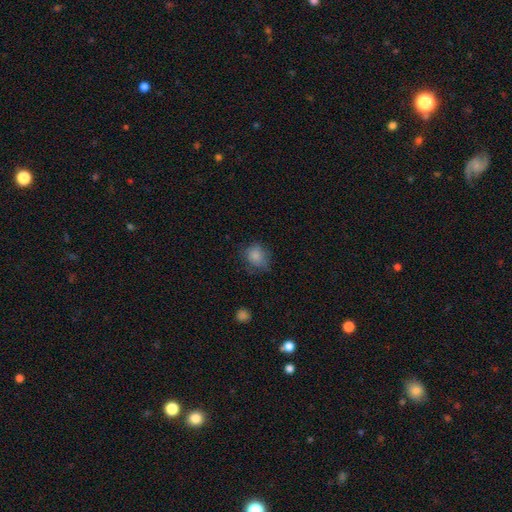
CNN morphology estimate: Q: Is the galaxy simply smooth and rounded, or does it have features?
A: smooth — 82%.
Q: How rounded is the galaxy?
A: round — 66%.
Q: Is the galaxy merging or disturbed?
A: none — 61%.